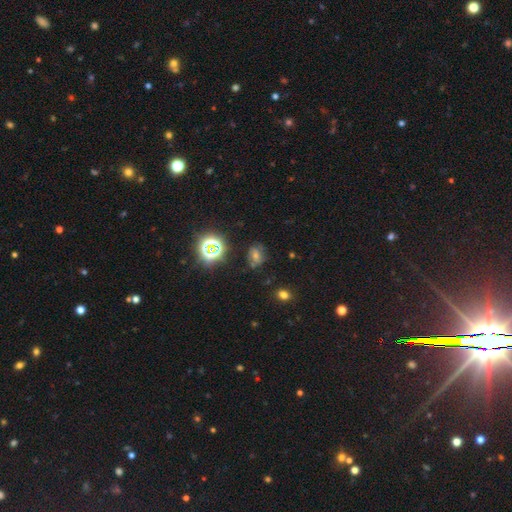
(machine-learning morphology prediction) Smooth or featured: star or artifact — 46% (smooth — 35%)